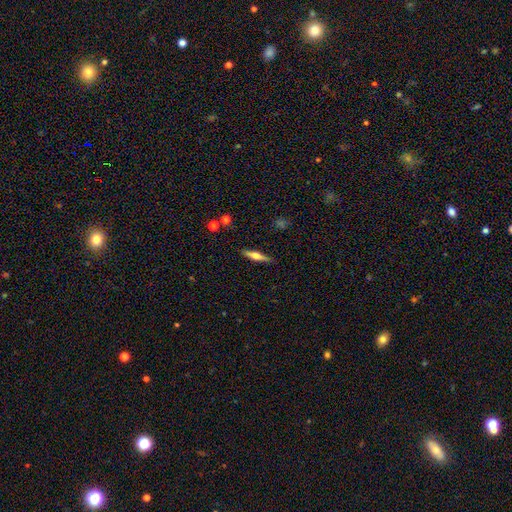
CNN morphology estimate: featured or disk 53%, smooth 41%, star or artifact 7%. Down the decision tree: edge-on disk — yes (95%); merging — none (88%).